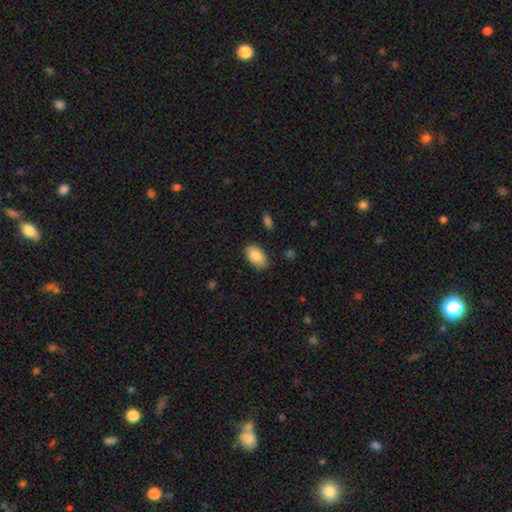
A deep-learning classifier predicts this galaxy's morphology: smooth_or_featured: smooth (p=0.85) [alt: featured or disk p=0.08]
how_rounded: in between (p=0.94) [alt: round p=0.05]
merging: none (p=0.86) [alt: minor disturbance p=0.11]